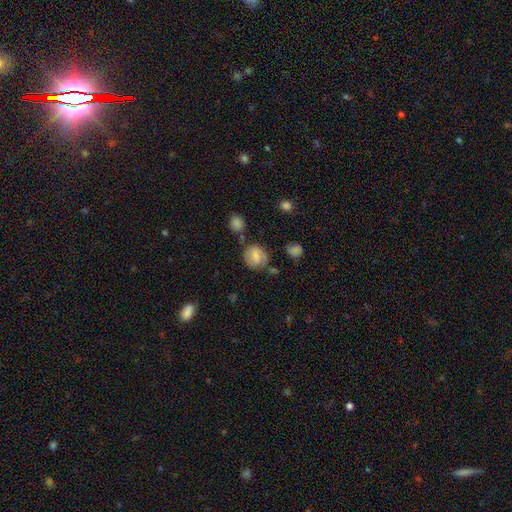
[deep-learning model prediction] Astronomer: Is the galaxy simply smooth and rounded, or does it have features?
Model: smooth — 60%.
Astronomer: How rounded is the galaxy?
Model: round — 68%.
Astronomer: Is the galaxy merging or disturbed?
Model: none — 60%.